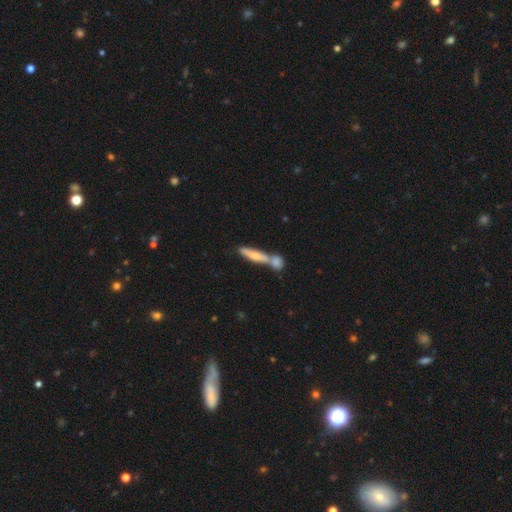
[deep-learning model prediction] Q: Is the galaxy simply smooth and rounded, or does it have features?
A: smooth — 57%.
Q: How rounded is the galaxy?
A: cigar-shaped — 80%.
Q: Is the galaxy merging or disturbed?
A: merger — 48%.